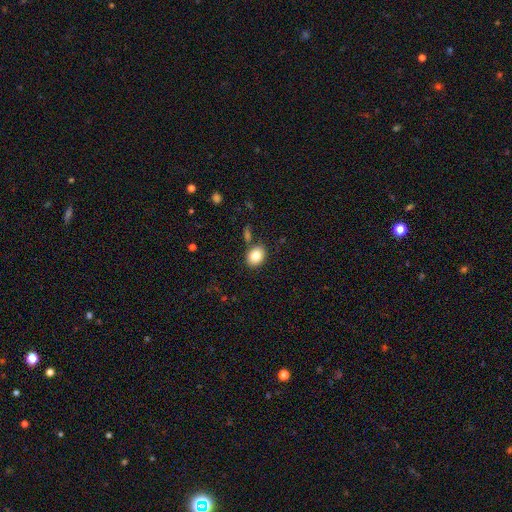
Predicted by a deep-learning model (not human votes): The model was most divided on "how rounded": in between: 62%, round: 37%, cigar-shaped: 1%. More confident: smooth or featured — smooth (83%); merging — none (80%).